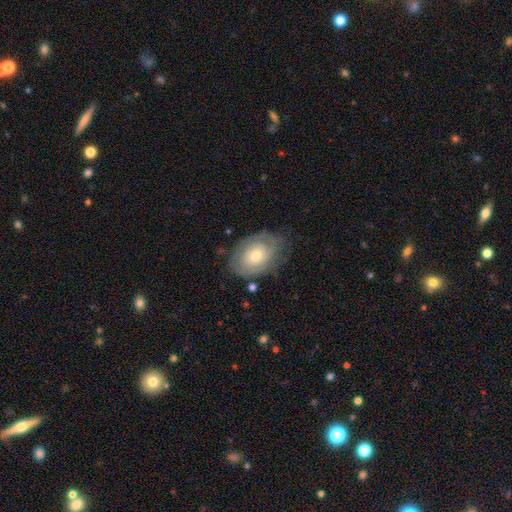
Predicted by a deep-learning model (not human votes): smooth 47%, featured or disk 45%, star or artifact 7%. Down the decision tree: merging — none (71%).